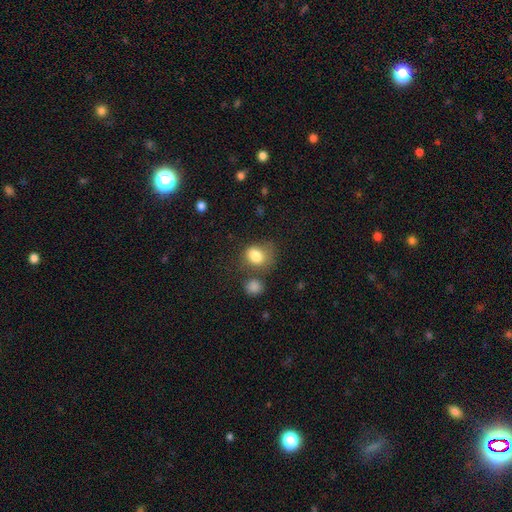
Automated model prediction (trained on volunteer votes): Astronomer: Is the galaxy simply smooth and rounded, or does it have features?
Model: smooth — 82%.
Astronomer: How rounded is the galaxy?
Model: in between — 54% (runner-up: round, 45%).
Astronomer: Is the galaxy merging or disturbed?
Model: none — 49% (runner-up: minor disturbance, 25%).